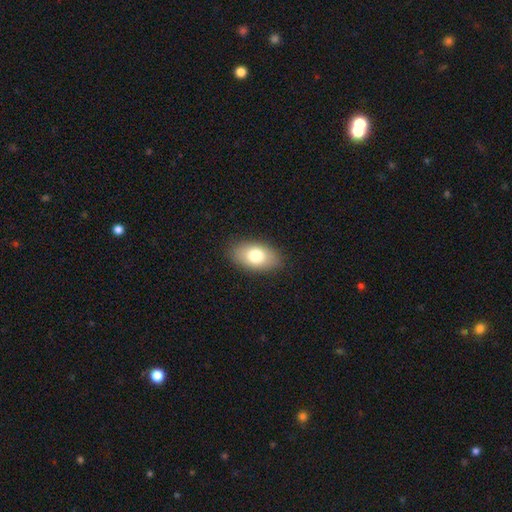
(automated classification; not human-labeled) The model was most divided on "smooth or featured": smooth: 78%, featured or disk: 14%, star or artifact: 8%. More confident: how rounded — in between (91%); merging — none (87%).